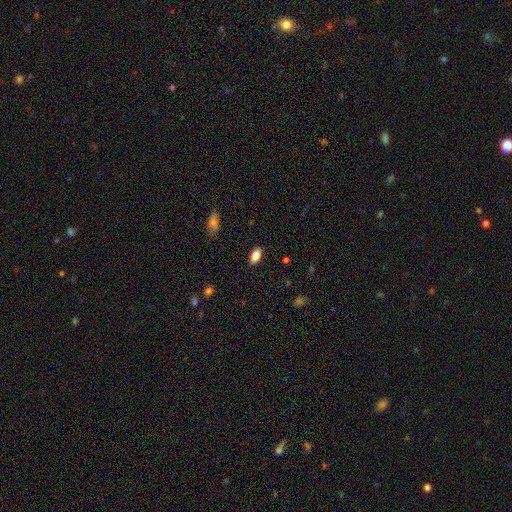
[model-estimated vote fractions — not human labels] This is clearly a smooth galaxy (84%). How rounded: clearly in between (90%). Merging: clearly none (88%).